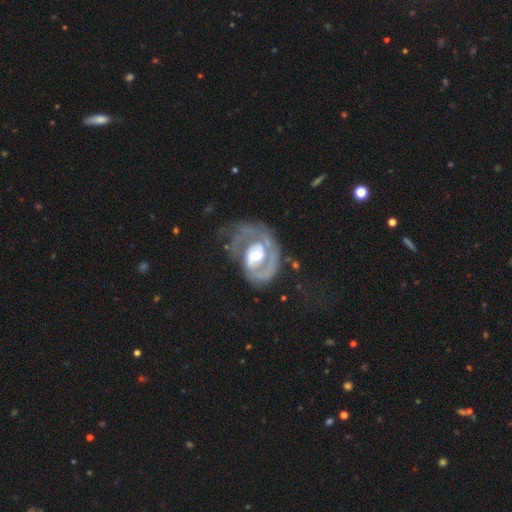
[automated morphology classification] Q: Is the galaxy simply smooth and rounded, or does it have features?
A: featured or disk — 86%.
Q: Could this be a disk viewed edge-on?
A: no — 98%.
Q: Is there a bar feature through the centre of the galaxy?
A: weak — 43%.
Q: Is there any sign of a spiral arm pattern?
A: yes — 91%.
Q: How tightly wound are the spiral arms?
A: tight — 53%.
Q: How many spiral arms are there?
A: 1 — 52%.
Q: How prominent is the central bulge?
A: moderate — 50%.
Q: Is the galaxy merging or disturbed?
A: none — 45%.